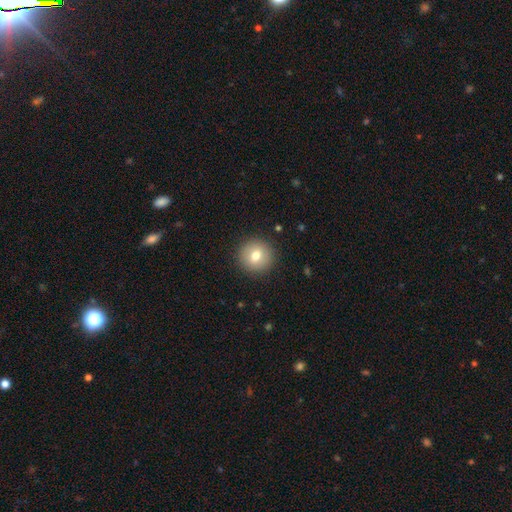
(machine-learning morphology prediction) type=smooth (75%); roundness=round (93%); merging=none (91%).